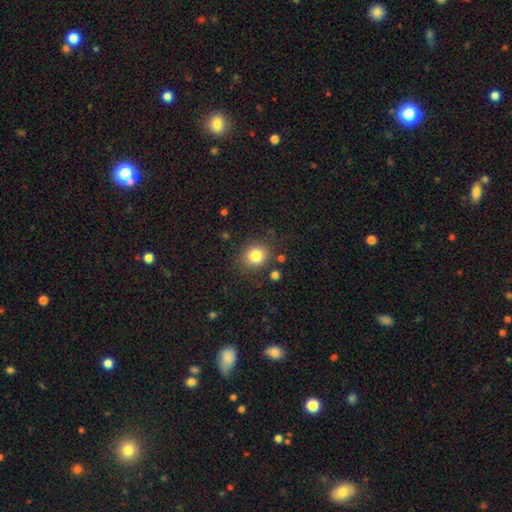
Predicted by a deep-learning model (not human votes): A smooth galaxy with no disk features (81%) that is round (77%). Merging: none (82%).